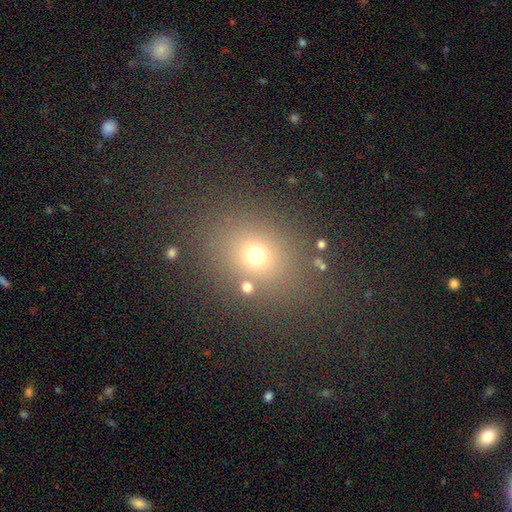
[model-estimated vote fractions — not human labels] Smooth or featured?
  - smooth: 67% *
  - star or artifact: 23%
  - featured or disk: 10%
How rounded?
  - round: 58% *
  - in between: 41%
  - cigar-shaped: 1%
Merging?
  - none: 80% *
  - minor disturbance: 10%
  - major disturbance: 5%
  - merger: 4%